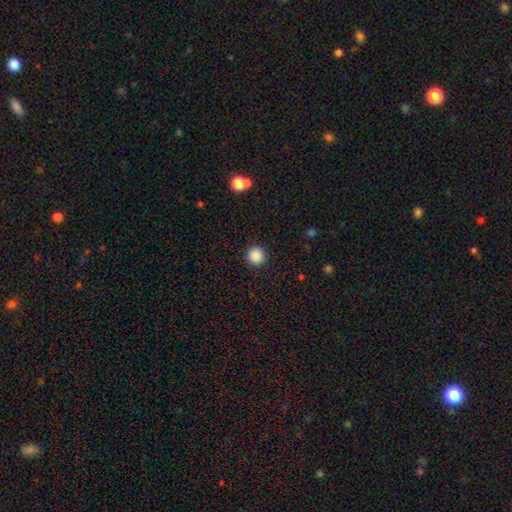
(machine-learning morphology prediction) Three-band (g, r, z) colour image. It shows a smooth galaxy with no disk features (87%) that is round (95%). Merging: none (92%).